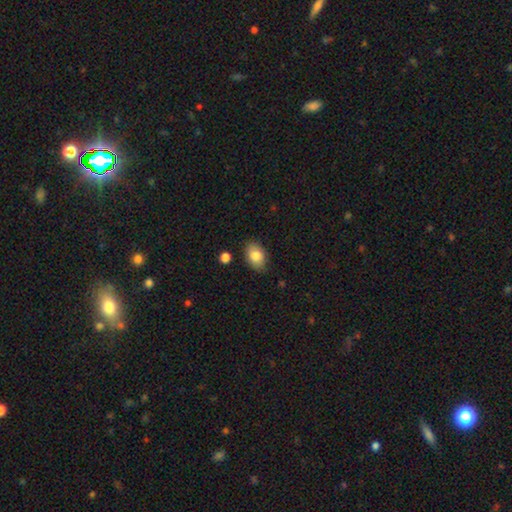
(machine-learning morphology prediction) A smooth galaxy with no disk features (83%) that is in between round and cigar-shaped (85%). Merging: none (83%).